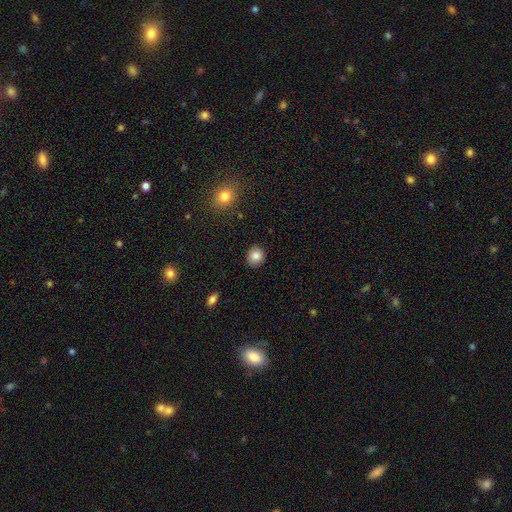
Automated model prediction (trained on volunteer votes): Morphology: type=smooth (84%); roundness=round (86%); merging=none (91%).